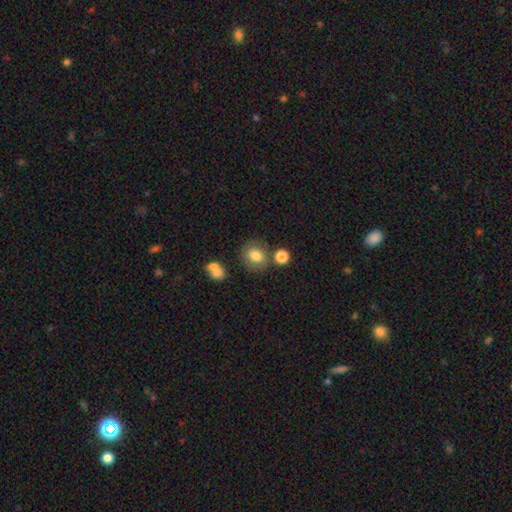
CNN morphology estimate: Smooth or featured: smooth — 79% (featured or disk — 11%)
How rounded: round — 67% (in between — 32%)
Merging: none — 70% (minor disturbance — 13%)